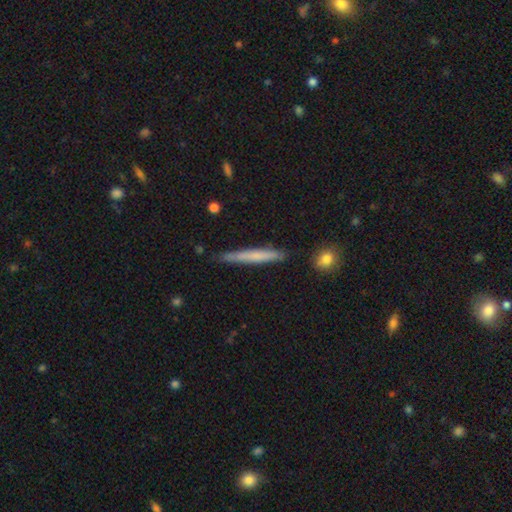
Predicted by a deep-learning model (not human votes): Morphology: type=smooth (60%); roundness=cigar-shaped (96%); merging=none (84%).